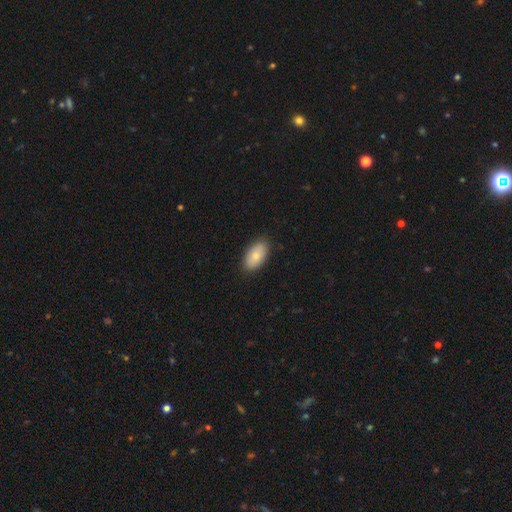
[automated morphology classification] Smooth or featured? smooth (81%)
How rounded? in between (94%)
Merging? none (87%)